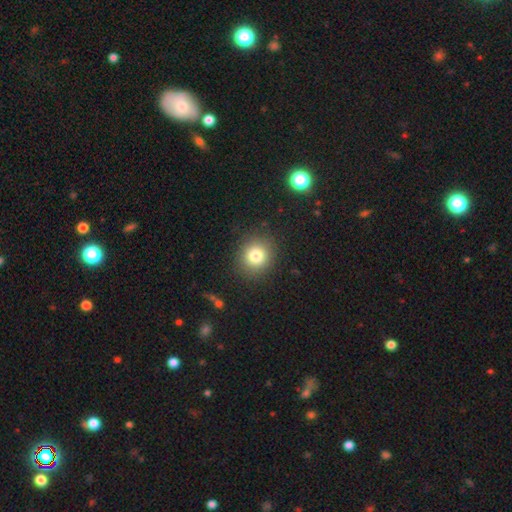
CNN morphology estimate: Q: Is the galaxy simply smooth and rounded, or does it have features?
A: smooth — 80%.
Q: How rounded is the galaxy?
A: round — 85%.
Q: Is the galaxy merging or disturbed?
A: none — 89%.